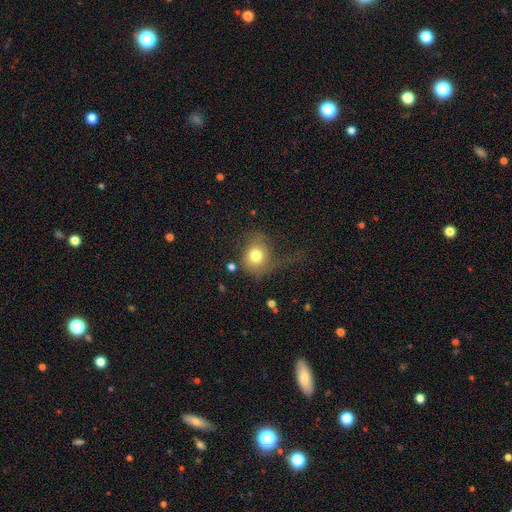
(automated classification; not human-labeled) A smooth galaxy with no disk features (75%) that is round (69%).

Vote fractions:
- Smooth or featured? smooth: 75% / featured or disk: 15% / star or artifact: 10%
- How rounded? round: 69% / in between: 29% / cigar-shaped: 1%
- Merging? none: 38% / major disturbance: 34% / minor disturbance: 23% / merger: 4%